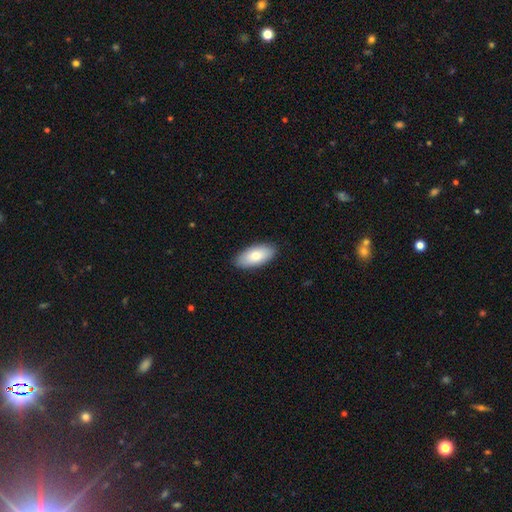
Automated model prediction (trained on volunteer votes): Smooth or featured? Predicted: smooth (p=0.77). How rounded? Predicted: in between (p=0.92). Merging? Predicted: none (p=0.89).